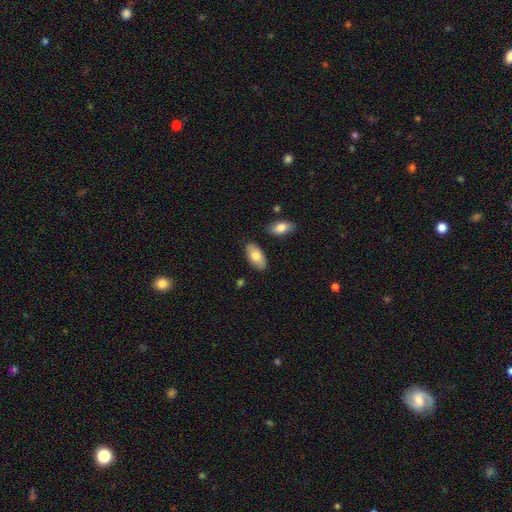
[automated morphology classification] Smooth or featured? Predicted: smooth (p=0.80). How rounded? Predicted: in between (p=0.93). Merging? Predicted: none (p=0.83).